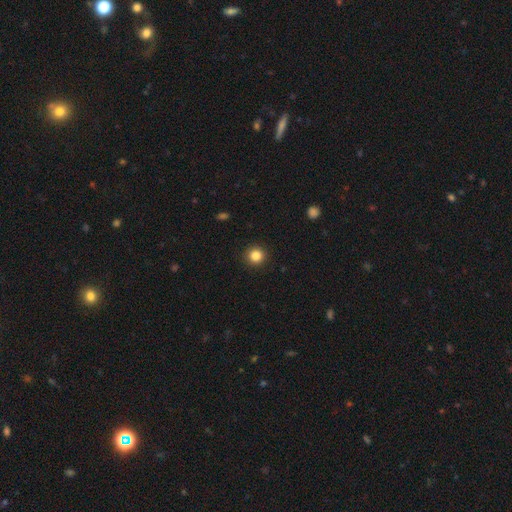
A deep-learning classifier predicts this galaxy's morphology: This appears to be a smooth galaxy with no disk features (85%) that is round (94%). Merging: none (92%).